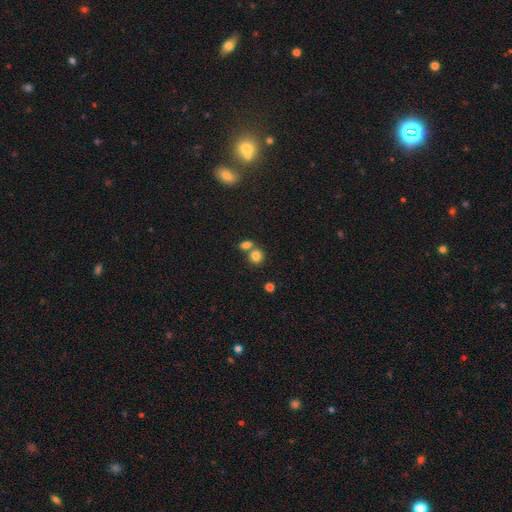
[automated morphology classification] smooth_or_featured: smooth (p=0.82) [alt: star or artifact p=0.11]
how_rounded: round (p=0.75) [alt: in between p=0.24]
merging: none (p=0.46) [alt: merger p=0.43]